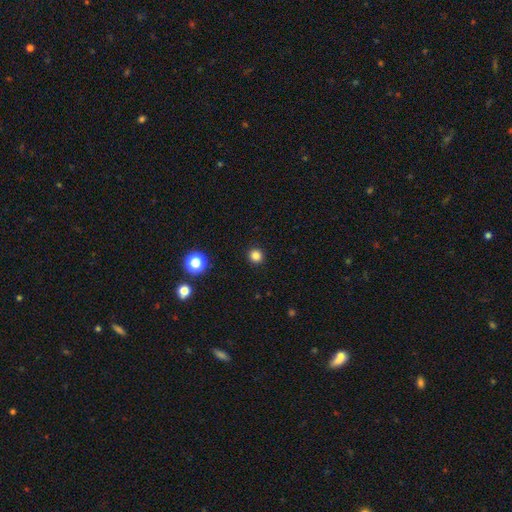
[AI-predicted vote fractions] Smooth or featured? Predicted: smooth (p=0.83). How rounded? Predicted: round (p=0.93). Merging? Predicted: none (p=0.93).